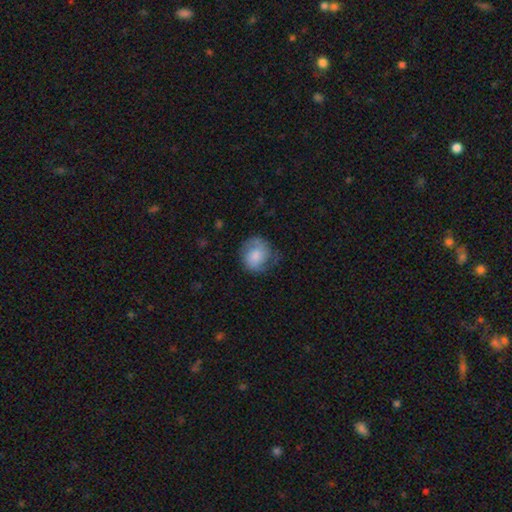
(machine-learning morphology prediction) Smooth or featured? smooth (56%)
How rounded? round (79%)
Merging? none (60%)